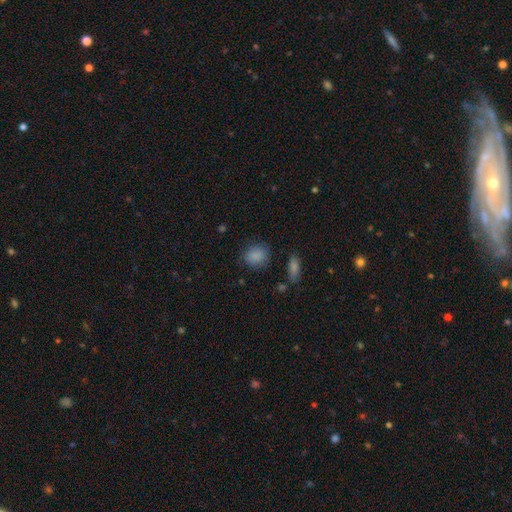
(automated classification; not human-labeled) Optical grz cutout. It shows a smooth galaxy with no disk features (86%) that is round (61%). Merging: none (78%).